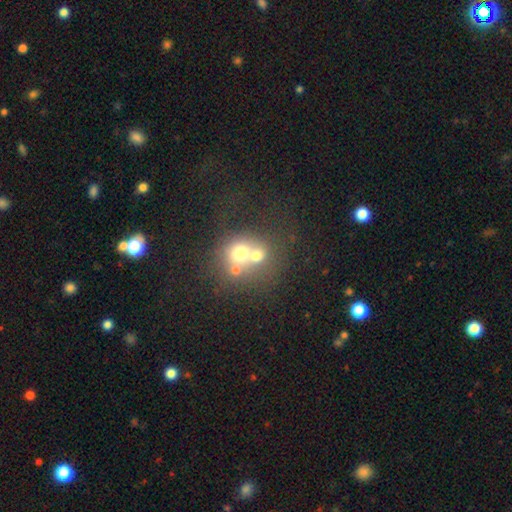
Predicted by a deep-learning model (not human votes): A smooth galaxy with no disk features (60%) that is round (77%).

Vote fractions:
- Smooth or featured? smooth: 60% / featured or disk: 24% / star or artifact: 16%
- How rounded? round: 77% / in between: 22% / cigar-shaped: 1%
- Merging? merger: 59% / none: 30% / minor disturbance: 6% / major disturbance: 5%